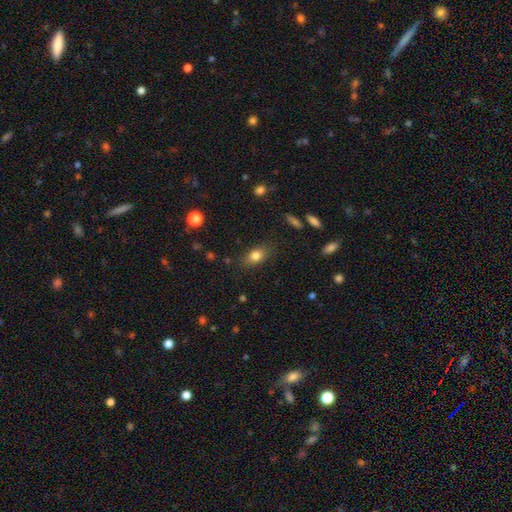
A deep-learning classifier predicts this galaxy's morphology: smooth-or-featured: smooth: 80% | star or artifact: 10% | featured or disk: 10%
  how-rounded: in between: 77% | round: 18% | cigar-shaped: 5%
  merging: none: 82% | minor disturbance: 13% | major disturbance: 4% | merger: 1%